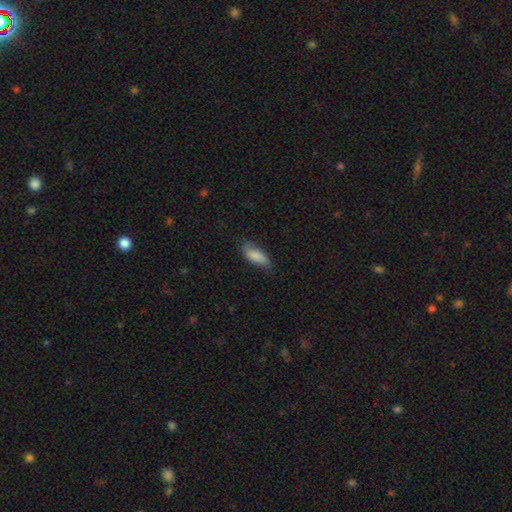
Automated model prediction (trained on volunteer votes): Morphology: type=smooth (80%); roundness=in between (82%); merging=none (63%).